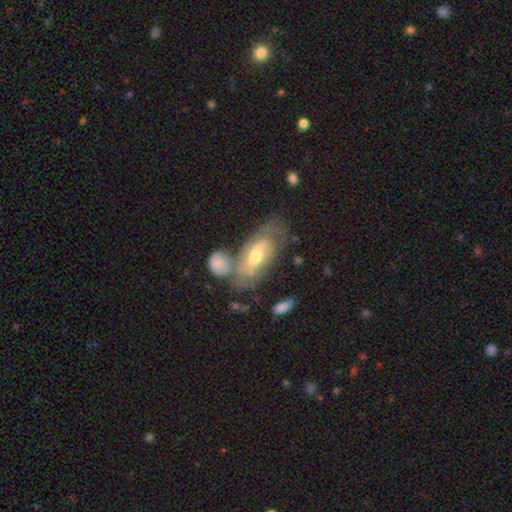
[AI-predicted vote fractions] Smooth or featured? featured or disk (69%)
Edge-on disk? no (90%)
Bar? no (46%)
Spiral arms? yes (79%)
Bulge size? moderate (64%)
Merging? none (43%)